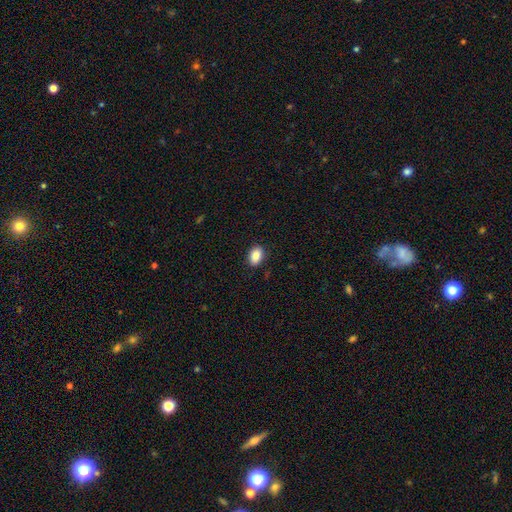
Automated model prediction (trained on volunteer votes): smooth-or-featured: smooth: 87% | star or artifact: 8% | featured or disk: 5%
  how-rounded: in between: 84% | round: 15% | cigar-shaped: 1%
  merging: none: 89% | minor disturbance: 8% | major disturbance: 2% | merger: 1%